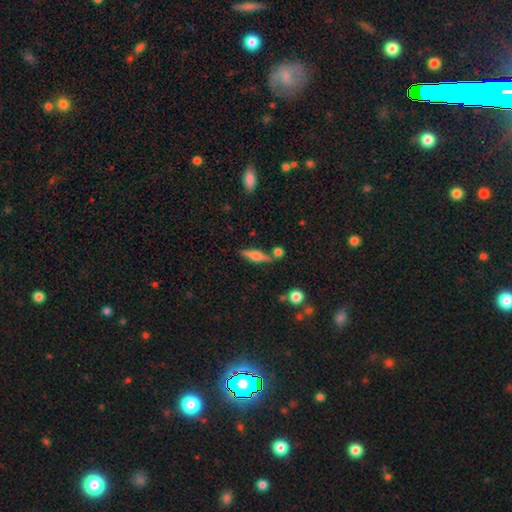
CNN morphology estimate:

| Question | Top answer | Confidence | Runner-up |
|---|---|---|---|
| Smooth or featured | featured or disk | 47% | smooth (45%) |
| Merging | none | 72% | minor disturbance (13%) |